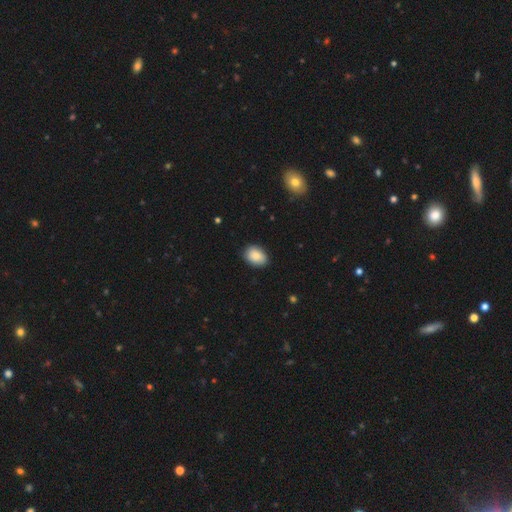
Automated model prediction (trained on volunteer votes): A smooth galaxy with no disk features (87%) that is in between round and cigar-shaped (80%).

Vote fractions:
- Smooth or featured? smooth: 87% / star or artifact: 7% / featured or disk: 6%
- How rounded? in between: 80% / round: 18% / cigar-shaped: 1%
- Merging? none: 85% / minor disturbance: 12% / major disturbance: 2% / merger: 1%